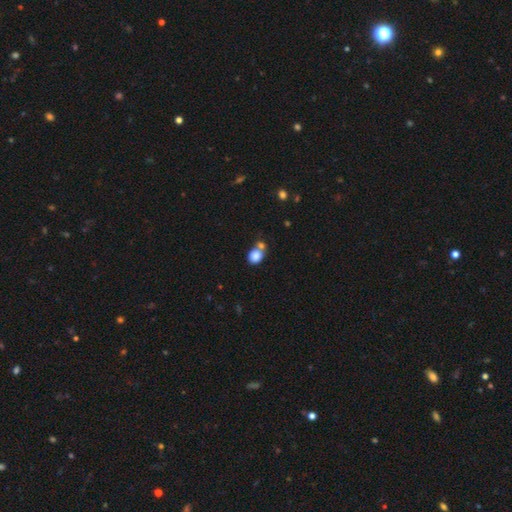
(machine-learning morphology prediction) This is clearly a smooth galaxy (84%). How rounded: likely round (63%). Merging: possibly none (46%).